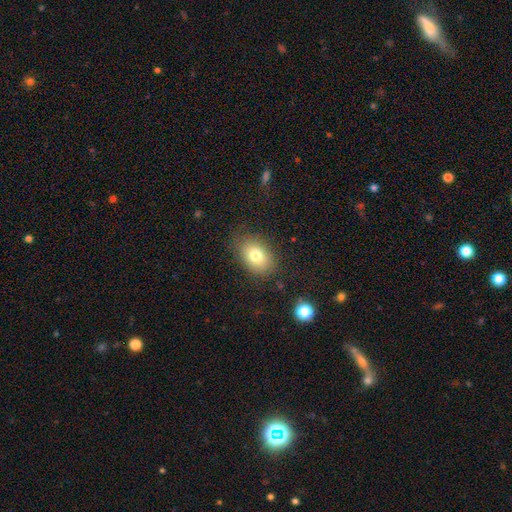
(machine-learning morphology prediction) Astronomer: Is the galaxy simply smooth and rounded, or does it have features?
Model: smooth — 78%.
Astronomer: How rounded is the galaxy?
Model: in between — 78%.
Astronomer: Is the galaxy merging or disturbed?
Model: none — 79%.